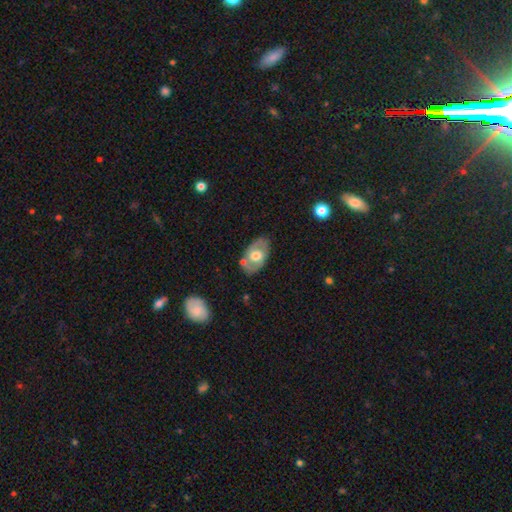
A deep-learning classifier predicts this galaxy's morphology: This is possibly a featured or disk galaxy (49%). Merging: likely none (72%).